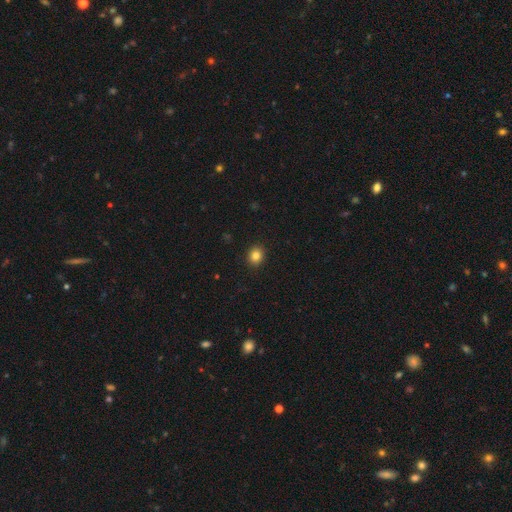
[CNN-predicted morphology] Smooth or featured? smooth (84%)
How rounded? round (71%)
Merging? none (92%)